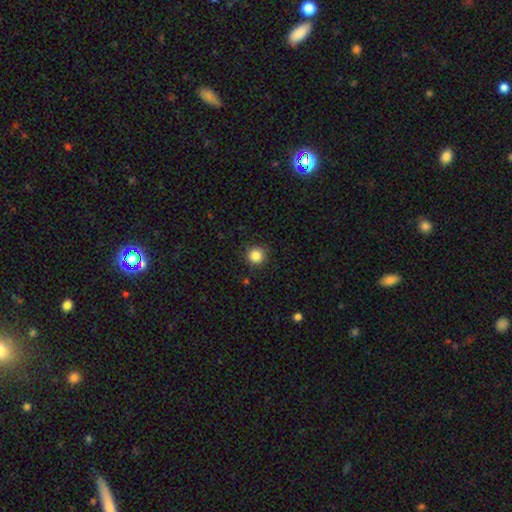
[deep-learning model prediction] Smooth or featured? Predicted: smooth (p=0.85). How rounded? Predicted: round (p=0.95). Merging? Predicted: none (p=0.91).